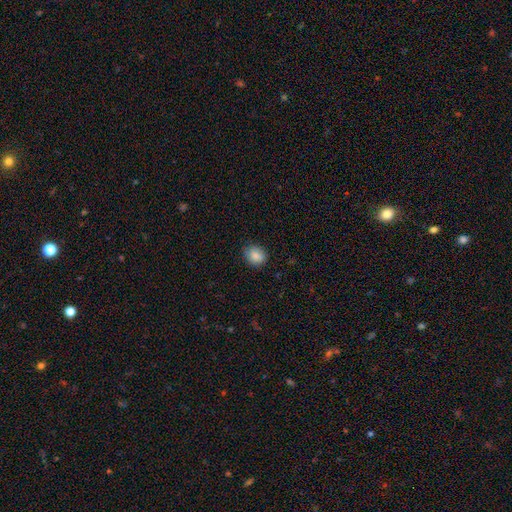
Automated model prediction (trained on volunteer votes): Overall: smooth (87%). How rounded: round (55%; in between 44%). Merging: none (80%).